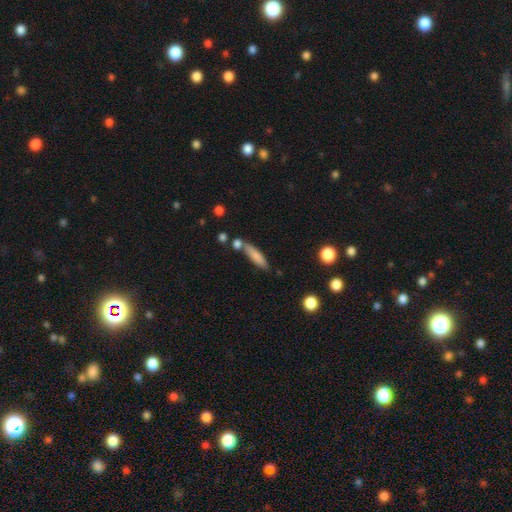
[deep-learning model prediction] A smooth galaxy with no disk features (79%) that is cigar-shaped (75%). Merging: none (67%).